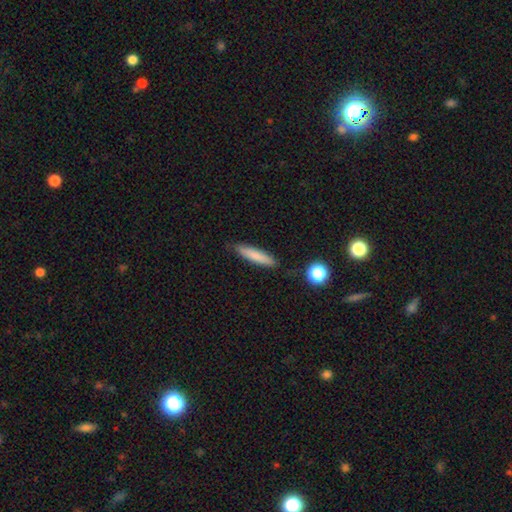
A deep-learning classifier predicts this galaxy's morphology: A smooth galaxy with no disk features (80%) that is cigar-shaped (86%). Merging: none (84%).